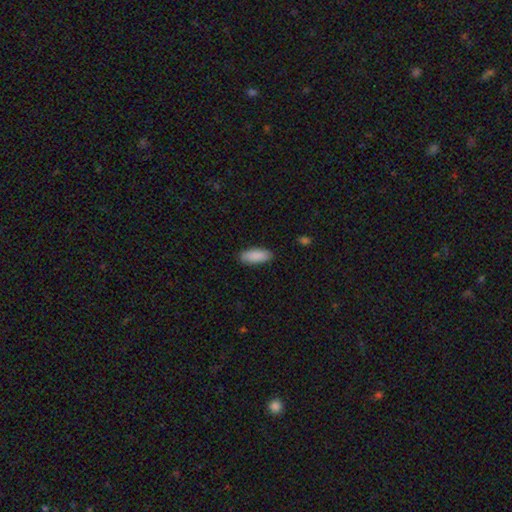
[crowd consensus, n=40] This appears to be a smooth galaxy with no disk features (90%) that is in between round and cigar-shaped (81%). Merging: none (95%).